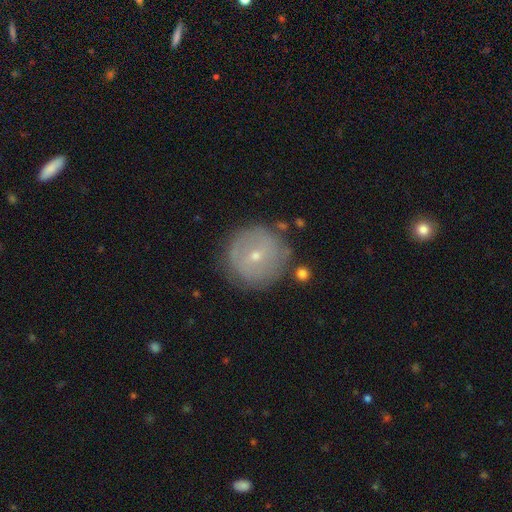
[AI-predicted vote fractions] This is possibly a featured or disk galaxy (45%, tied with smooth). Merging: clearly none (81%).